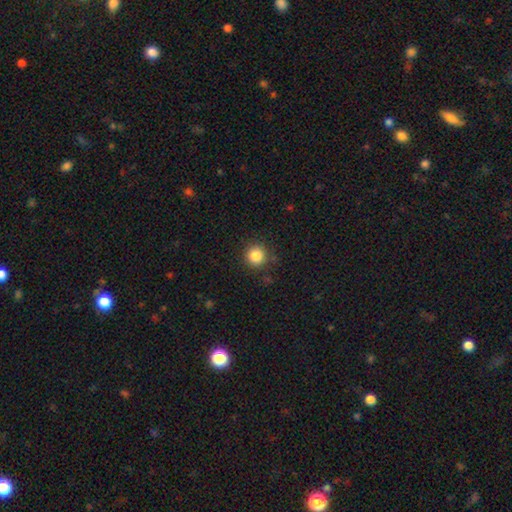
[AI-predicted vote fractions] A smooth galaxy with no disk features (85%) that is round (94%). Merging: none (88%).